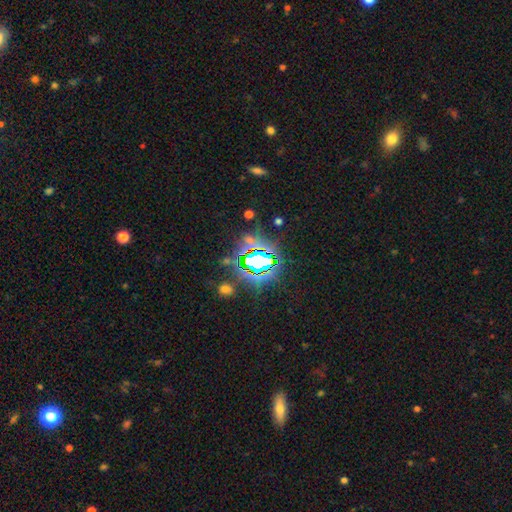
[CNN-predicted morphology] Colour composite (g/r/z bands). It shows a star or artifact, not a galaxy (74%).